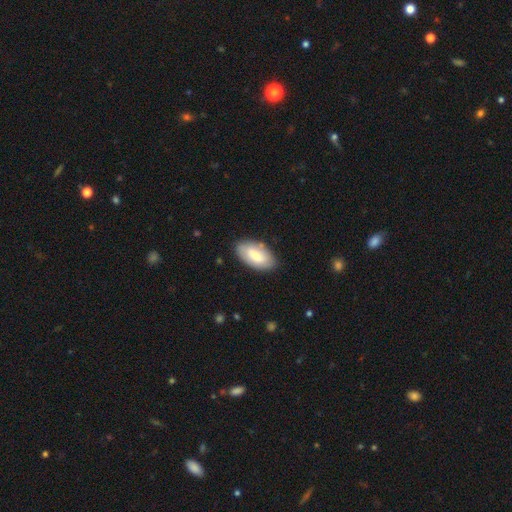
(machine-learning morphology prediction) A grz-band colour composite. It shows a smooth galaxy with no disk features (75%) that is in between round and cigar-shaped (95%). Merging: none (82%).